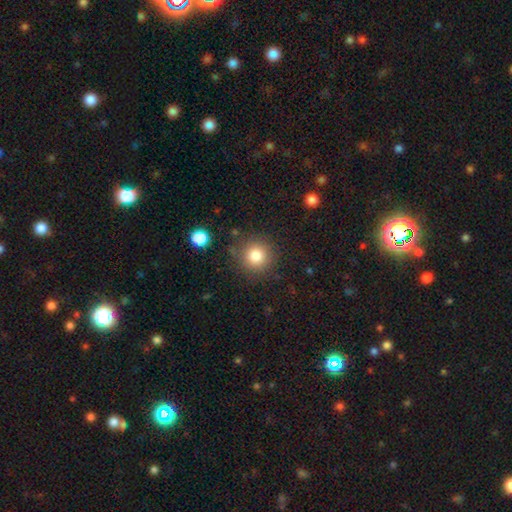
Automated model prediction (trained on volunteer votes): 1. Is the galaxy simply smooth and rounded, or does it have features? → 81% smooth, 12% star or artifact, 7% featured or disk.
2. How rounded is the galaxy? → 93% round, 6% in between, 1% cigar-shaped.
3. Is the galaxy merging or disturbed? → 84% none, 10% minor disturbance, 4% major disturbance, 3% merger.